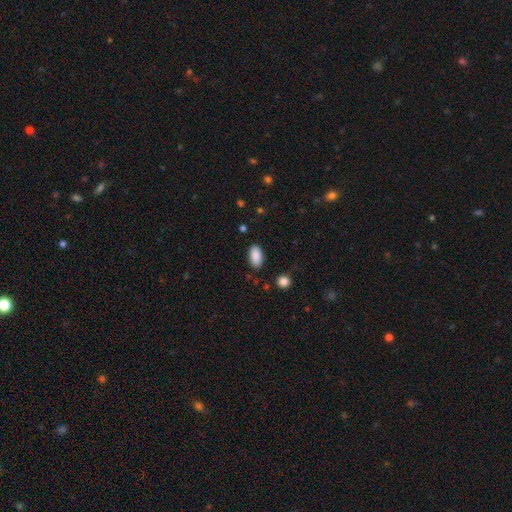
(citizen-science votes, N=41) A smooth galaxy with no disk features (98%) that is in between round and cigar-shaped (92%).

Vote fractions:
- Smooth or featured? smooth: 98% / star or artifact: 2% / featured or disk: 0%
- How rounded? in between: 92% / cigar-shaped: 8% / round: 0%
- Merging? none: 88% / minor disturbance: 12% / major disturbance: 0% / merger: 0%